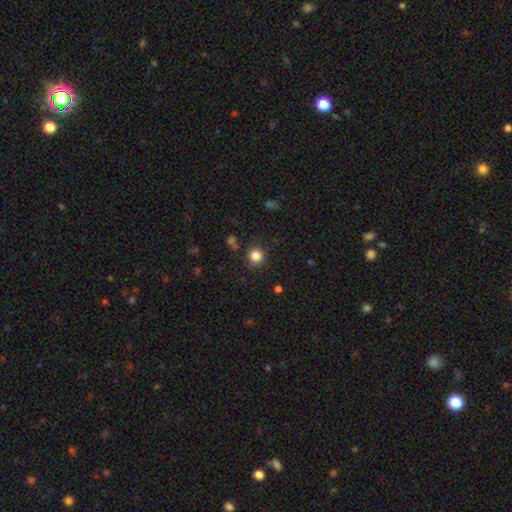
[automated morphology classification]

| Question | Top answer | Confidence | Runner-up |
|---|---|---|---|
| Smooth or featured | smooth | 83% | star or artifact (13%) |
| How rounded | round | 91% | in between (8%) |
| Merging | none | 85% | minor disturbance (10%) |